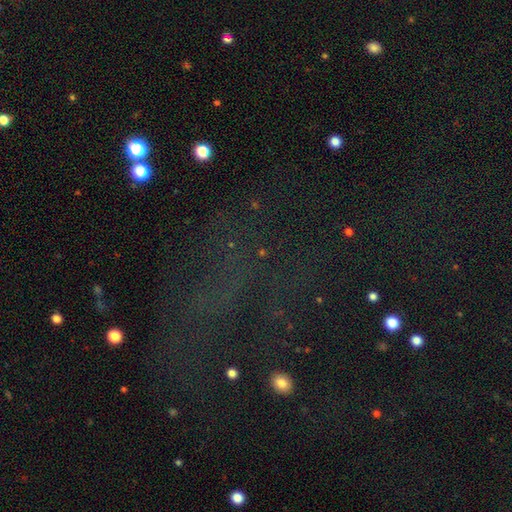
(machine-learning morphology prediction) The model was most divided on "smooth or featured": star or artifact: 62%, smooth: 21%, featured or disk: 17%.